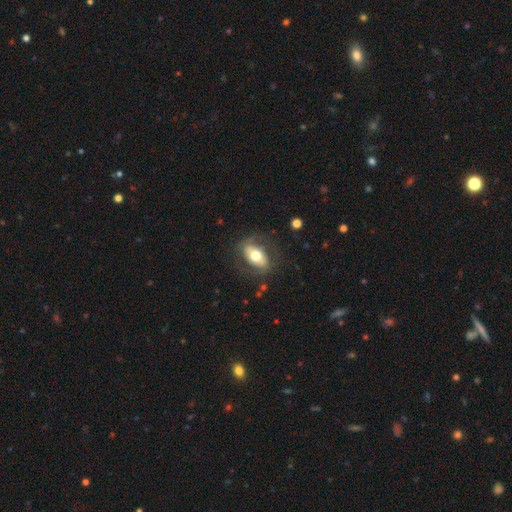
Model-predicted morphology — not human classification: Smooth or featured: featured or disk — 48% (smooth — 46%)
Merging: none — 72% (minor disturbance — 16%)